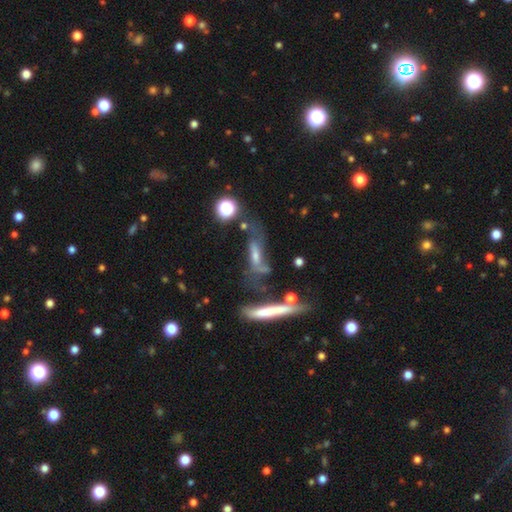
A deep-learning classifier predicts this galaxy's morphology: Smooth or featured: featured or disk — 58% (smooth — 28%)
Edge-on disk: no — 58% (yes — 42%)
Merging: none — 39% (major disturbance — 21%)